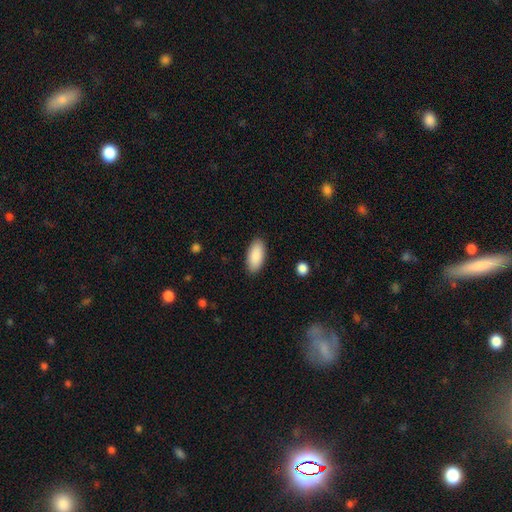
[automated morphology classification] smooth_or_featured: smooth (p=0.90) [alt: star or artifact p=0.06]
how_rounded: in between (p=0.91) [alt: cigar-shaped p=0.07]
merging: none (p=0.89) [alt: minor disturbance p=0.08]